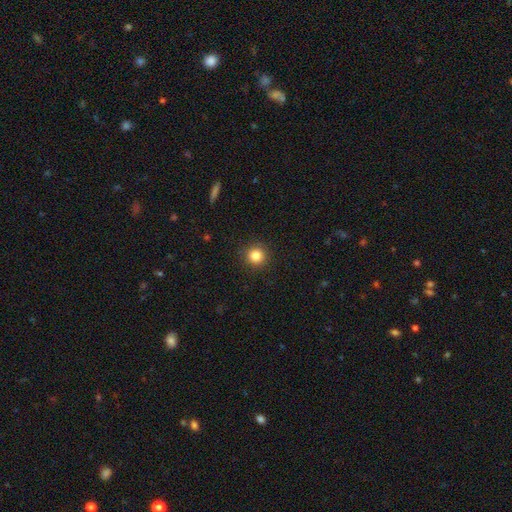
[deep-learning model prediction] Smooth or featured? Predicted: smooth (p=0.84). How rounded? Predicted: round (p=0.94). Merging? Predicted: none (p=0.91).